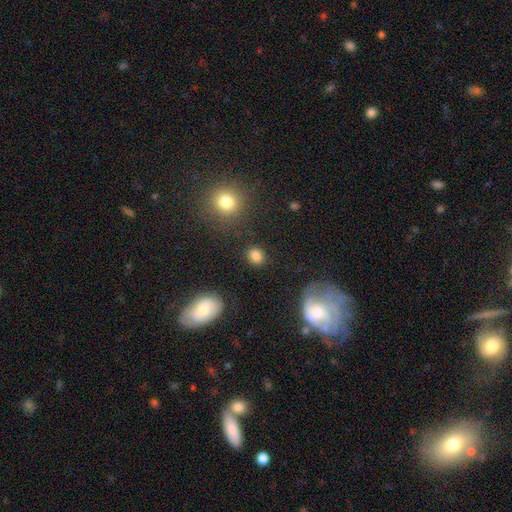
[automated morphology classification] This appears to be a smooth galaxy with no disk features (82%) that is round (58%). Merging: none (83%).